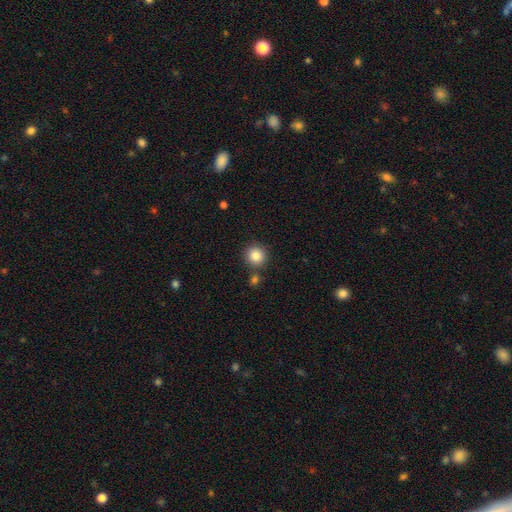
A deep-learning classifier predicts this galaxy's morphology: Overall: smooth (85%). How rounded: round (93%). Merging: none (81%).